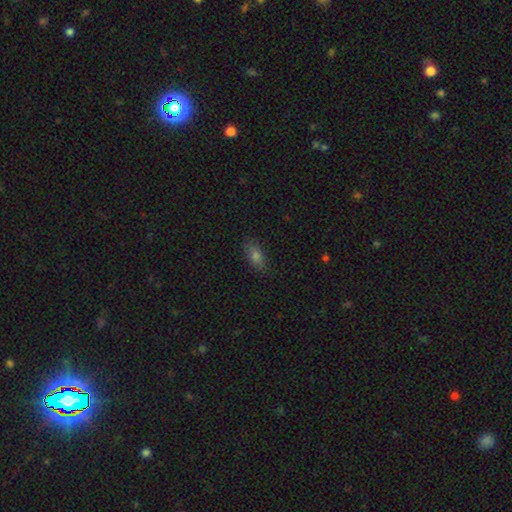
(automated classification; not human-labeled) A smooth galaxy with no disk features (77%) that is in between round and cigar-shaped (84%).

Vote fractions:
- Smooth or featured? smooth: 77% / star or artifact: 13% / featured or disk: 10%
- How rounded? in between: 84% / cigar-shaped: 11% / round: 5%
- Merging? none: 84% / minor disturbance: 13% / major disturbance: 3% / merger: 1%